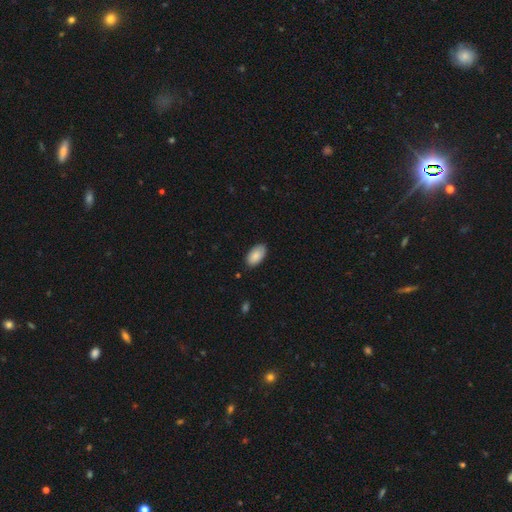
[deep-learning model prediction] smooth 88%, featured or disk 6%, star or artifact 6%. Down the decision tree: how rounded — in between (96%); merging — none (85%).